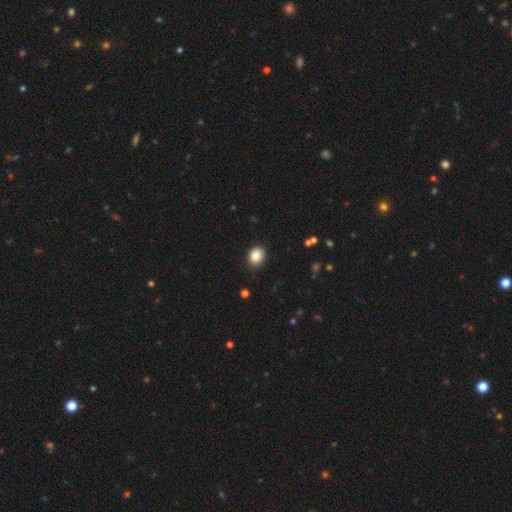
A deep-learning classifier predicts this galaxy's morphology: Smooth or featured?
  - smooth: 86% *
  - star or artifact: 9%
  - featured or disk: 5%
How rounded?
  - round: 52% *
  - in between: 48%
  - cigar-shaped: 1%
Merging?
  - none: 87% *
  - minor disturbance: 10%
  - major disturbance: 2%
  - merger: 1%